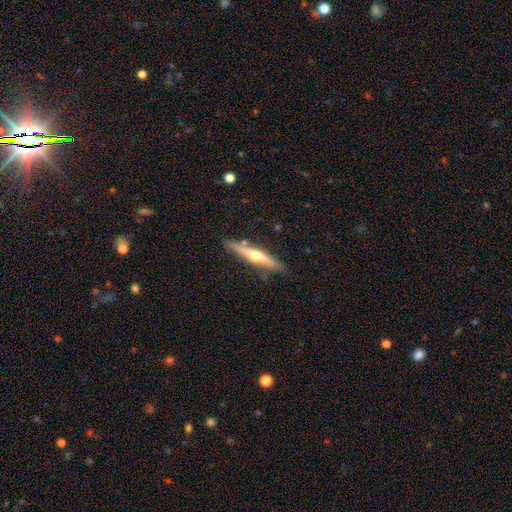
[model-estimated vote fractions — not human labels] Smooth or featured? Predicted: featured or disk (p=0.61). Edge-on disk? Predicted: yes (p=0.95). Edge-on bulge? Predicted: rounded (p=0.87). Merging? Predicted: none (p=0.81).